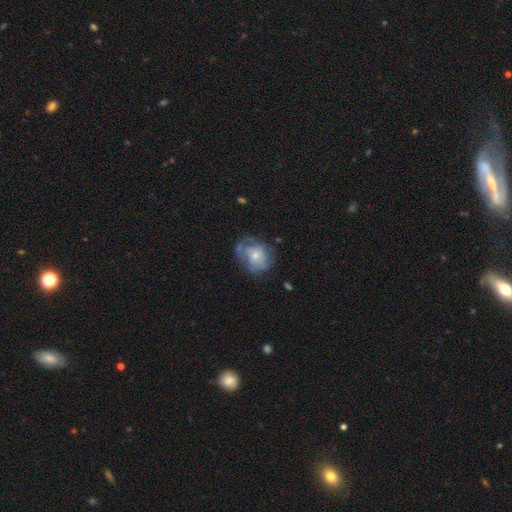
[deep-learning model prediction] Q: Smooth or featured?
A: featured or disk (47%); runner-up: smooth (46%)
Q: Merging?
A: none (45%); runner-up: minor disturbance (28%)